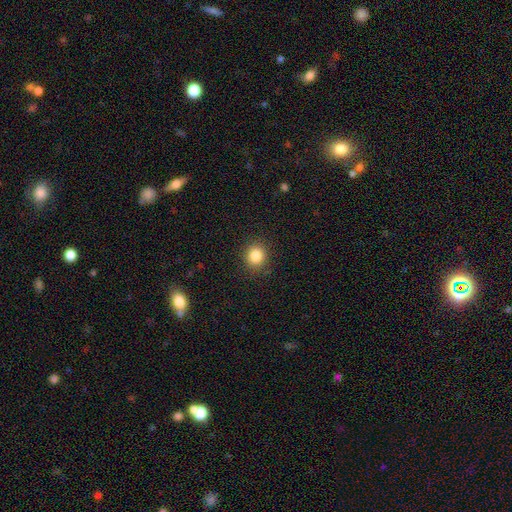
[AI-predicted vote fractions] Morphology: type=smooth (85%); roundness=round (83%); merging=none (89%).